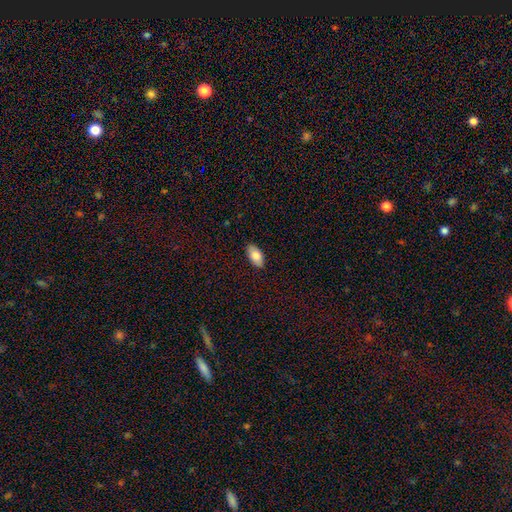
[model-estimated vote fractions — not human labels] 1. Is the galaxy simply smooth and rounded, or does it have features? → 80% smooth, 14% featured or disk, 6% star or artifact.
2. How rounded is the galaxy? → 94% in between, 4% cigar-shaped, 2% round.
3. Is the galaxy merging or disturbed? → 89% none, 8% minor disturbance, 2% major disturbance, 1% merger.